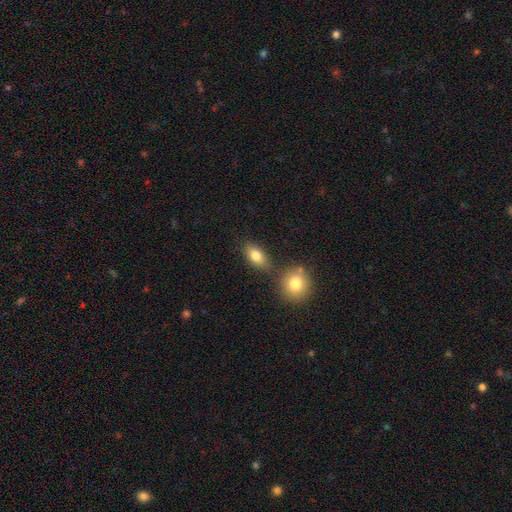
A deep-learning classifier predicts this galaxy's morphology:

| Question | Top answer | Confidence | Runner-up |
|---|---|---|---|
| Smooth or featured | smooth | 81% | featured or disk (10%) |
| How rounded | in between | 83% | round (12%) |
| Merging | none | 68% | merger (15%) |